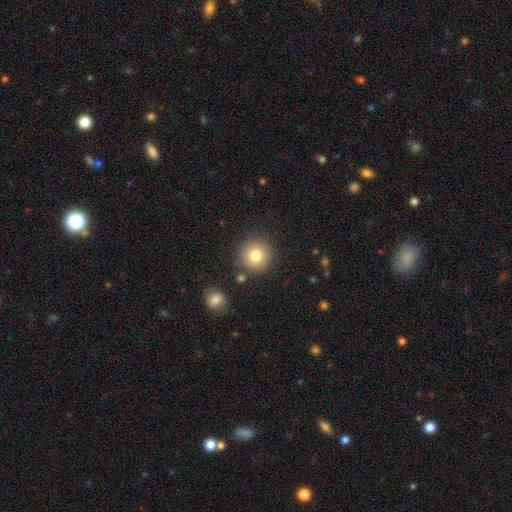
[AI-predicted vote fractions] smooth_or_featured: smooth (p=0.80) [alt: star or artifact p=0.10]
how_rounded: round (p=0.94) [alt: in between p=0.05]
merging: none (p=0.85) [alt: minor disturbance p=0.08]